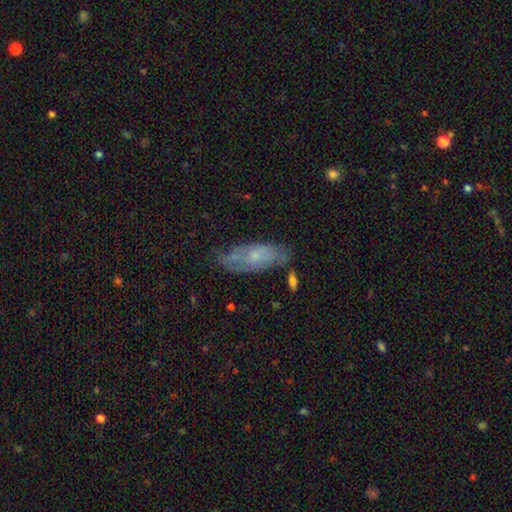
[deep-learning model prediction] Smooth or featured? Predicted: featured or disk (p=0.46). Merging? Predicted: none (p=0.62).